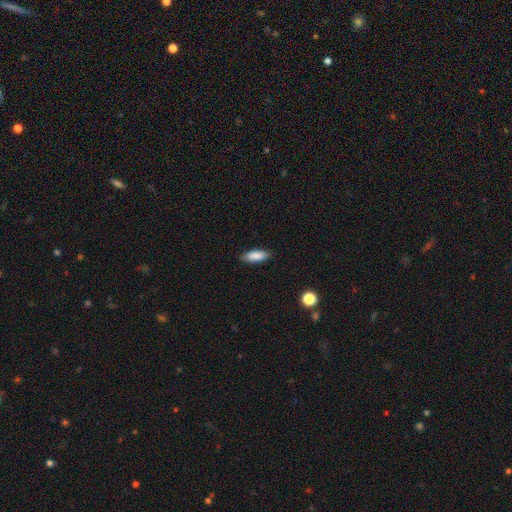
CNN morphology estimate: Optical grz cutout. It shows a smooth galaxy with no disk features (87%) that is in between round and cigar-shaped (73%). Merging: none (87%).